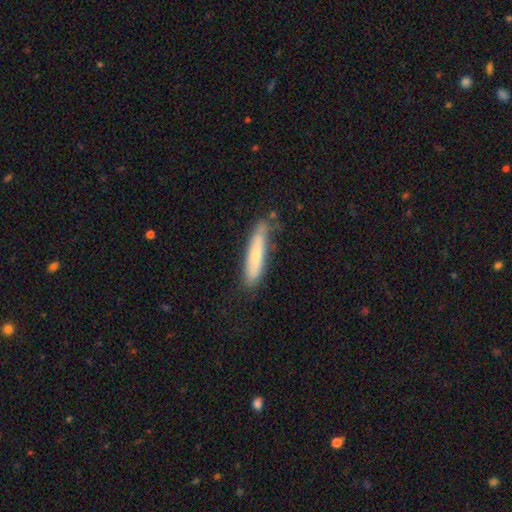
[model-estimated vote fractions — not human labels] A smooth galaxy with no disk features (67%) that is cigar-shaped (83%).

Vote fractions:
- Smooth or featured? smooth: 67% / featured or disk: 27% / star or artifact: 6%
- How rounded? cigar-shaped: 83% / in between: 15% / round: 1%
- Merging? none: 70% / minor disturbance: 22% / major disturbance: 5% / merger: 3%